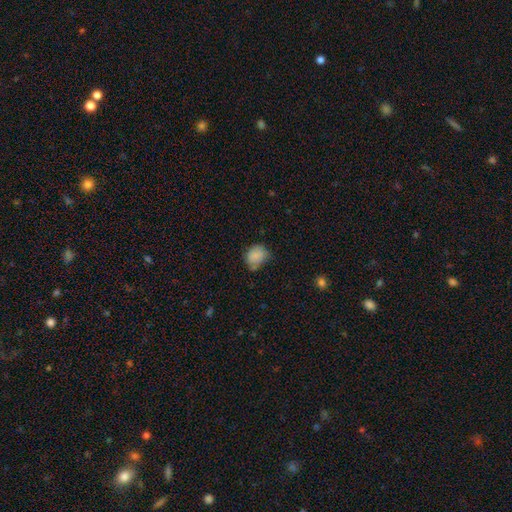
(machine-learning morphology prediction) A smooth galaxy with no disk features (82%) that is round (62%).

Vote fractions:
- Smooth or featured? smooth: 82% / featured or disk: 9% / star or artifact: 9%
- How rounded? round: 62% / in between: 37% / cigar-shaped: 1%
- Merging? none: 52% / minor disturbance: 34% / major disturbance: 8% / merger: 6%